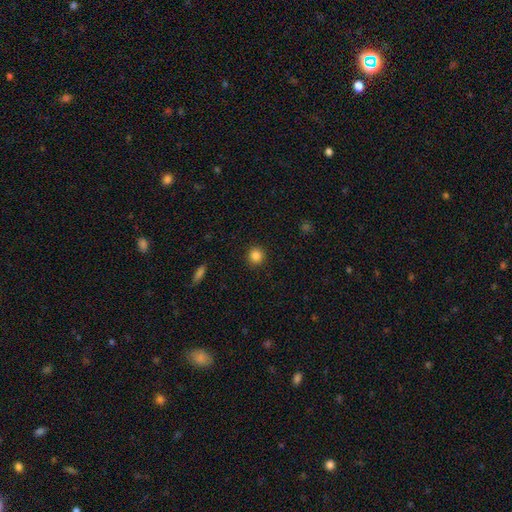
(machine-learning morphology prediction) type=smooth (85%); roundness=round (93%); merging=none (92%).